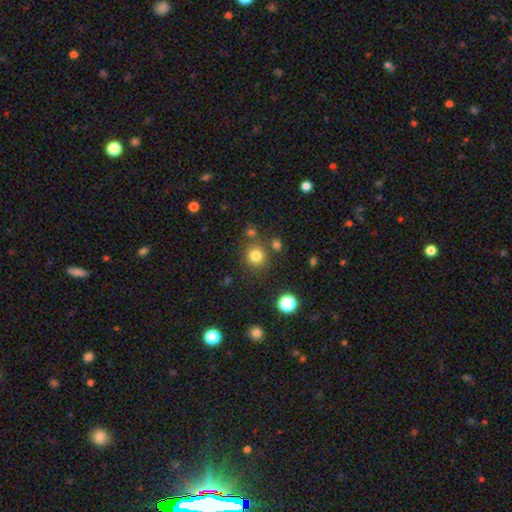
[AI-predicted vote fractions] Smooth or featured?
  - smooth: 79% *
  - star or artifact: 15%
  - featured or disk: 6%
How rounded?
  - round: 91% *
  - in between: 8%
  - cigar-shaped: 1%
Merging?
  - none: 81% *
  - minor disturbance: 9%
  - merger: 7%
  - major disturbance: 4%